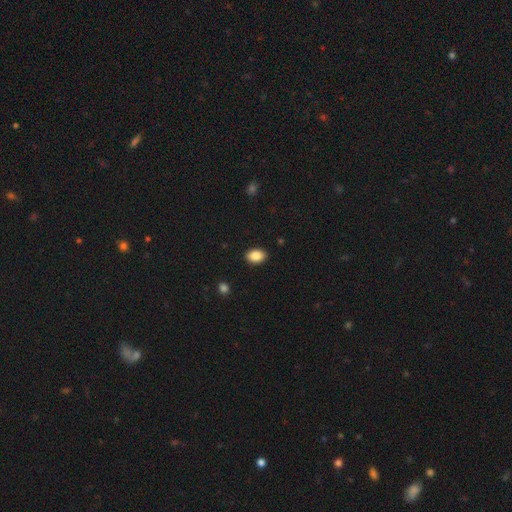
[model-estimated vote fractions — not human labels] Smooth or featured? smooth (89%)
How rounded? in between (83%)
Merging? none (89%)